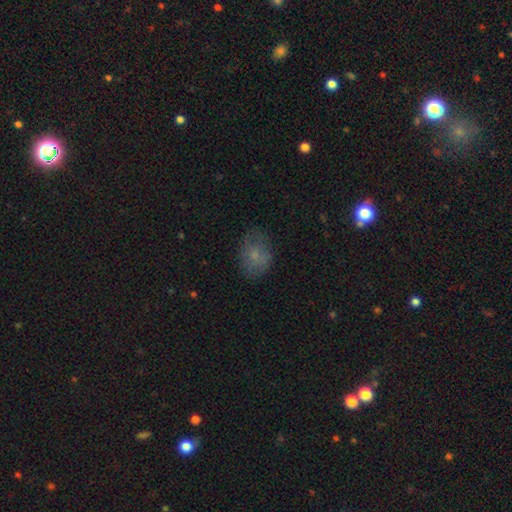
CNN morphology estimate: smooth 72%, featured or disk 17%, star or artifact 10%. Down the decision tree: how rounded — in between (63%); merging — none (63%).